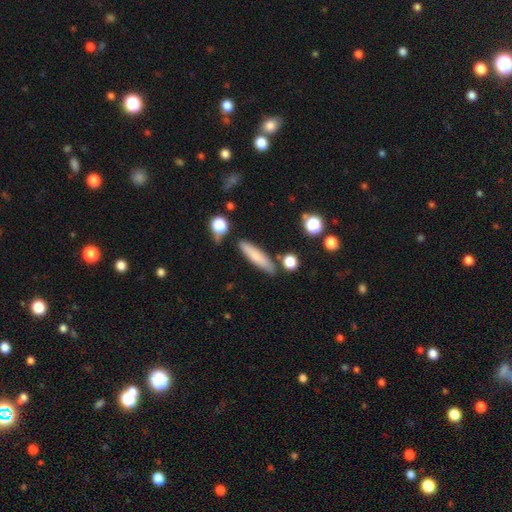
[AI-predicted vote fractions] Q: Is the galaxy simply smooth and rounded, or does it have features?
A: smooth — 74%.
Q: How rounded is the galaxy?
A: cigar-shaped — 79%.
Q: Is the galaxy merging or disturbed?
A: none — 78%.